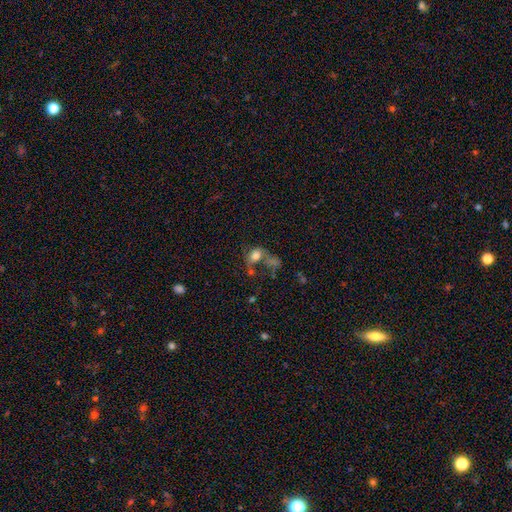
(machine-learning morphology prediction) This is likely a smooth galaxy (65%). How rounded: possibly in between (58%). Merging: marginally merger (32%).